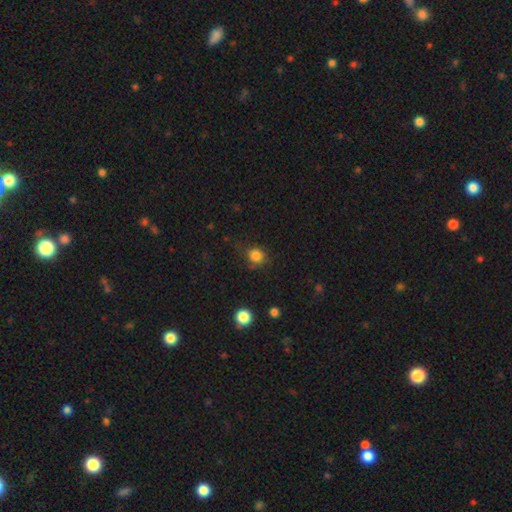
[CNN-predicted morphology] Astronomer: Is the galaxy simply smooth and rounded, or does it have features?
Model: smooth — 83%.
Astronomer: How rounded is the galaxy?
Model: round — 85%.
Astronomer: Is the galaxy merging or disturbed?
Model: none — 71%.